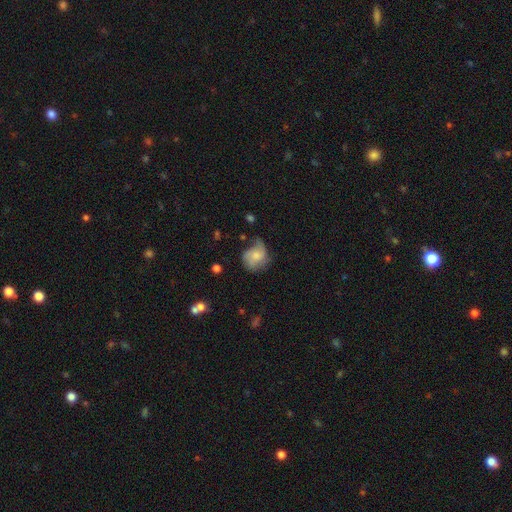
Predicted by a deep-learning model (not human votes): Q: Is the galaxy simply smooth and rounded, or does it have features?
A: smooth — 56%.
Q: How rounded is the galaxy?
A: round — 59%.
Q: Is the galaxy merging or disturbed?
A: none — 37%.